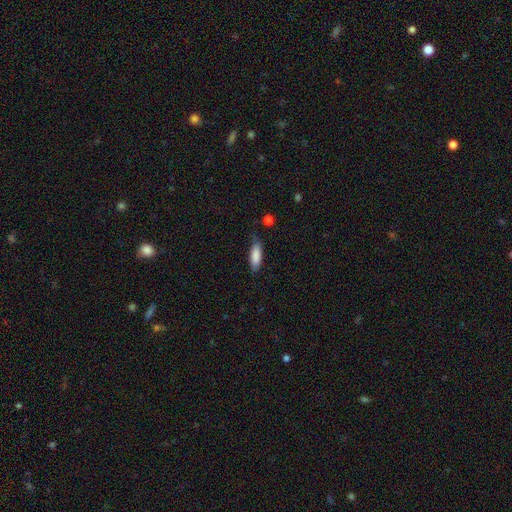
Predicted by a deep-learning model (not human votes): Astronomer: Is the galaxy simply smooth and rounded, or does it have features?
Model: smooth — 86%.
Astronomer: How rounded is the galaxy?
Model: in between — 66%.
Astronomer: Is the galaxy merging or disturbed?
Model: none — 72%.